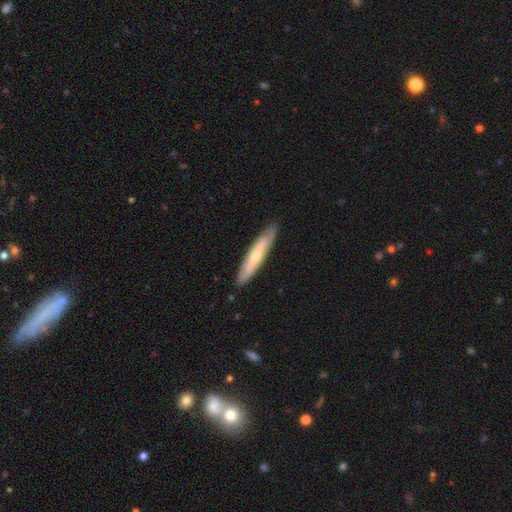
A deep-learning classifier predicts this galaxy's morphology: Smooth or featured?
  - smooth: 54% *
  - featured or disk: 41%
  - star or artifact: 5%
How rounded?
  - cigar-shaped: 90% *
  - in between: 9%
  - round: 1%
Merging?
  - none: 88% *
  - minor disturbance: 9%
  - major disturbance: 2%
  - merger: 1%